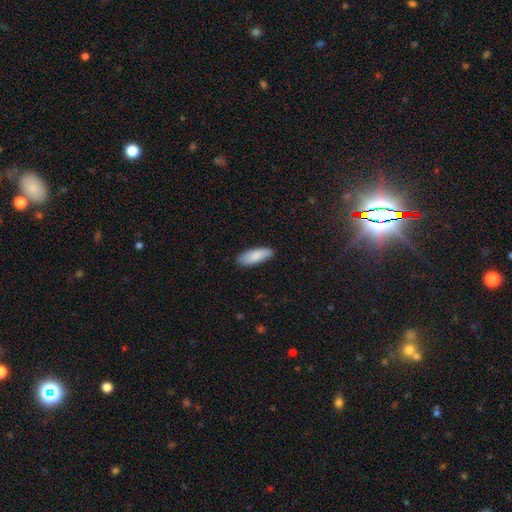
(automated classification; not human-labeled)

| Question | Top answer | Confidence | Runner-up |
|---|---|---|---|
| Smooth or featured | smooth | 86% | featured or disk (8%) |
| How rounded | in between | 68% | cigar-shaped (31%) |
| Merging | none | 86% | minor disturbance (11%) |